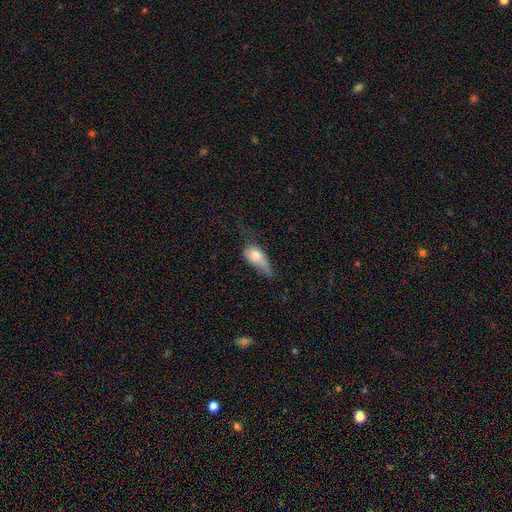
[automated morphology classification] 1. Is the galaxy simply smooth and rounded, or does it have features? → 71% smooth, 21% featured or disk, 8% star or artifact.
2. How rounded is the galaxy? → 80% in between, 13% cigar-shaped, 7% round.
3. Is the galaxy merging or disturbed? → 37% minor disturbance, 36% major disturbance, 22% none, 5% merger.